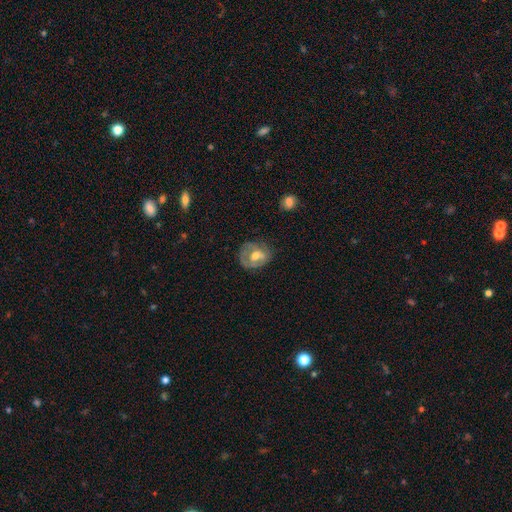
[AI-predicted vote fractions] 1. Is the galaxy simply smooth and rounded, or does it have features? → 50% featured or disk, 42% smooth, 7% star or artifact.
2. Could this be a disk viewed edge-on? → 96% no, 4% yes.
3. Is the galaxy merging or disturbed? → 58% none, 27% minor disturbance, 13% major disturbance, 2% merger.